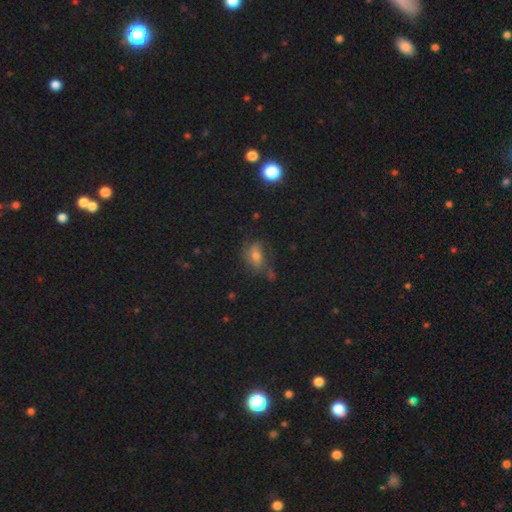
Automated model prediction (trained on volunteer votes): smooth-or-featured: featured or disk: 39% (tied) | smooth: 39% (tied) | star or artifact: 22%
  merging: none: 55% | minor disturbance: 24% | major disturbance: 16% | merger: 5%